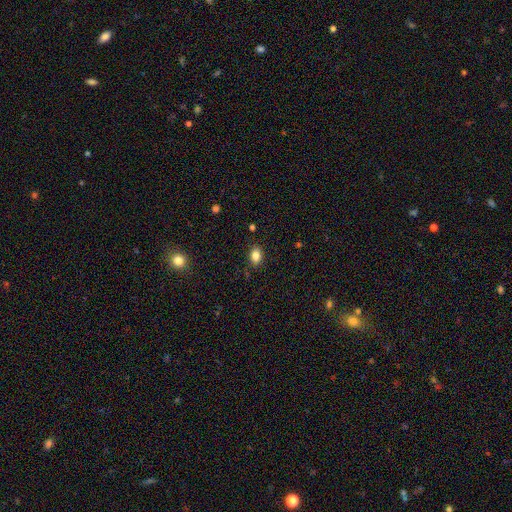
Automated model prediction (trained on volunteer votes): The model was most divided on "how rounded": in between: 78%, round: 21%, cigar-shaped: 1%. More confident: merging — none (86%); smooth or featured — smooth (84%).